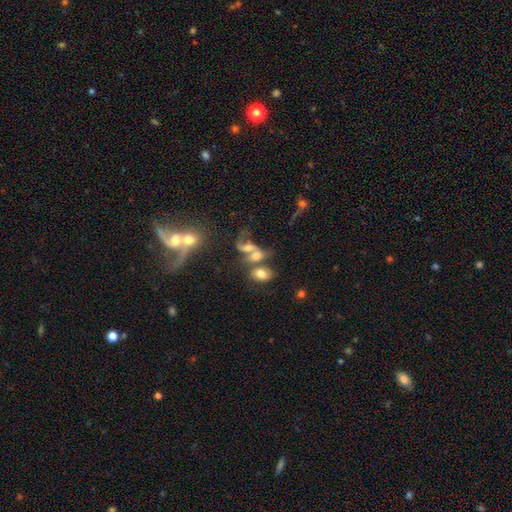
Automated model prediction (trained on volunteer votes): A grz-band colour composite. It shows a smooth galaxy with no disk features (45%). Merging: merger (50%).